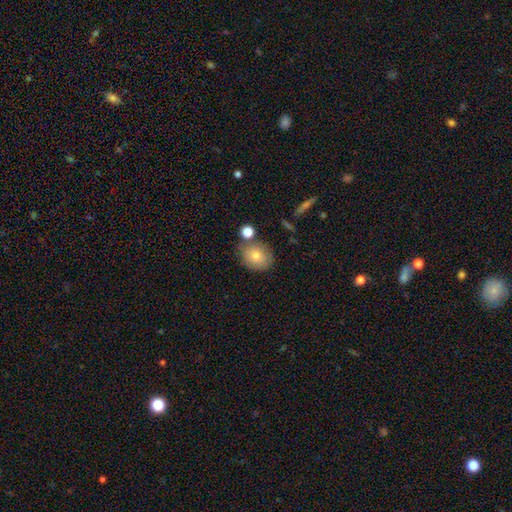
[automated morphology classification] This is likely a smooth galaxy (76%). How rounded: likely round (67%). Merging: likely none (71%).